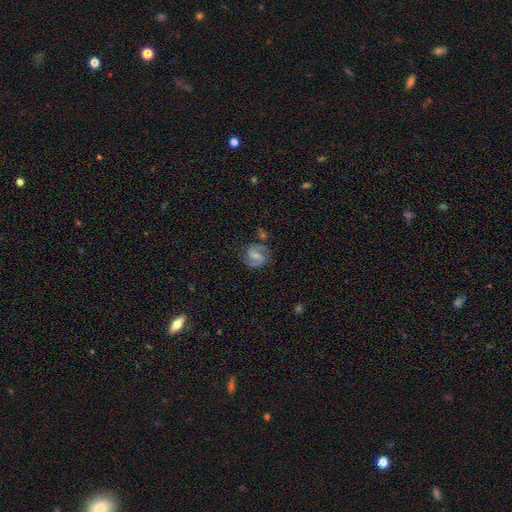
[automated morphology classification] Smooth or featured? Predicted: featured or disk (p=0.85). Edge-on disk? Predicted: no (p=0.98). Bar? Predicted: weak (p=0.52). Spiral arms? Predicted: yes (p=0.97). Spiral winding? Predicted: medium (p=0.59). Spiral arm count? Predicted: 2 (p=0.93). Bulge size? Predicted: small (p=0.49). Merging? Predicted: none (p=0.78).